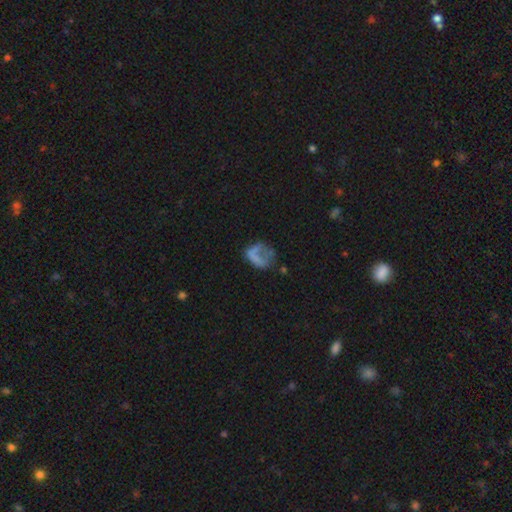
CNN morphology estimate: Q: Smooth or featured?
A: smooth (48%); runner-up: featured or disk (38%)
Q: Merging?
A: major disturbance (40%); runner-up: none (33%)